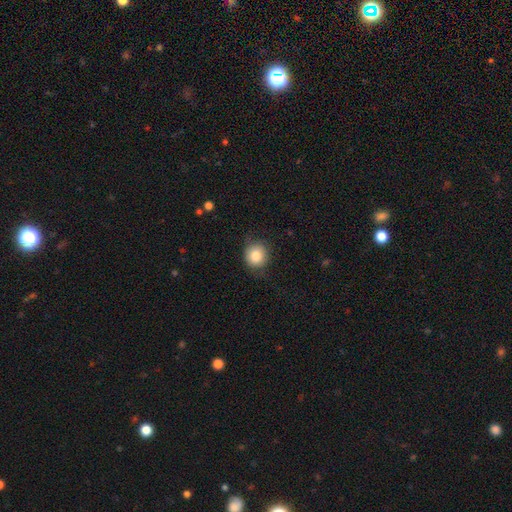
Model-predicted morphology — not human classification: Q: Smooth or featured?
A: smooth (83%); runner-up: star or artifact (9%)
Q: How rounded?
A: round (86%); runner-up: in between (13%)
Q: Merging?
A: none (76%); runner-up: minor disturbance (18%)